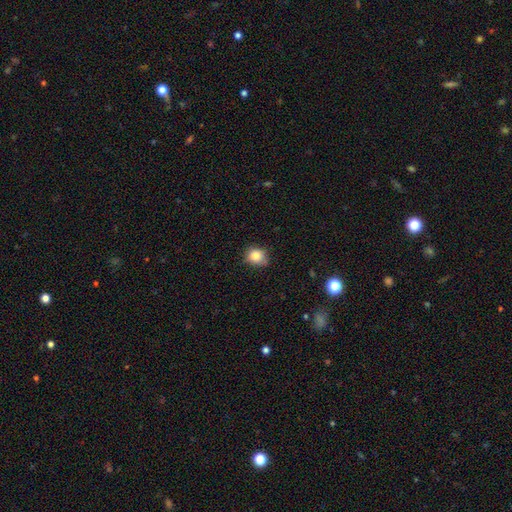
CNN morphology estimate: smooth_or_featured: smooth (p=0.83) [alt: star or artifact p=0.11]
how_rounded: round (p=0.73) [alt: in between p=0.26]
merging: none (p=0.70) [alt: minor disturbance p=0.24]